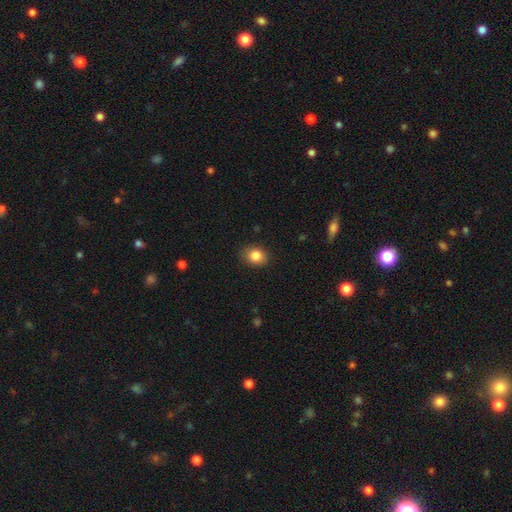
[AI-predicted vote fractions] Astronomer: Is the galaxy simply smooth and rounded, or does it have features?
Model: smooth — 85%.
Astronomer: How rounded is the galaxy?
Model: round — 53% (runner-up: in between, 46%).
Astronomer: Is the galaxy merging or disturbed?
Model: none — 87%.